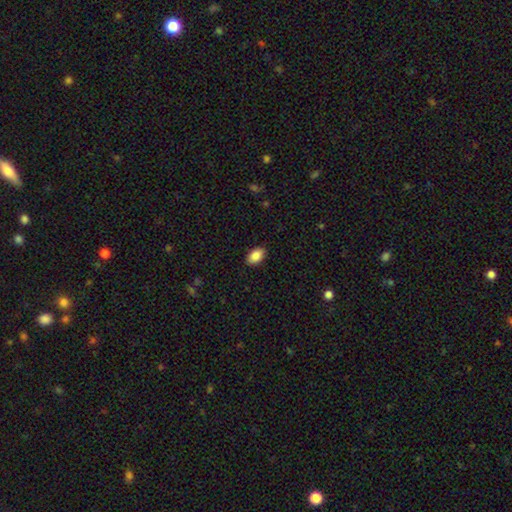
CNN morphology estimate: A smooth galaxy with no disk features (89%) that is in between round and cigar-shaped (91%). Merging: none (87%).